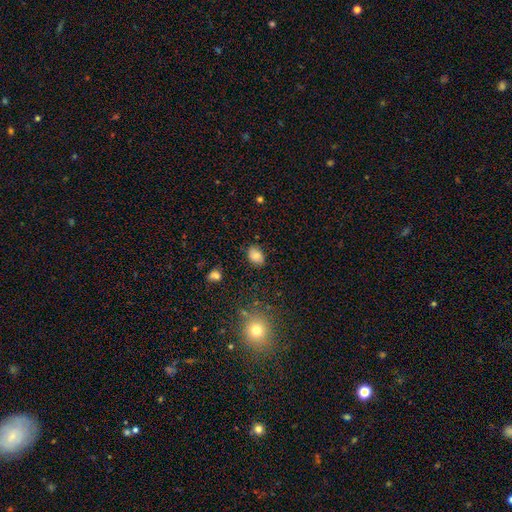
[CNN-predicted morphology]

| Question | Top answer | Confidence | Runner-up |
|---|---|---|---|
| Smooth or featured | smooth | 81% | star or artifact (11%) |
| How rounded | in between | 80% | round (19%) |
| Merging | none | 81% | minor disturbance (14%) |